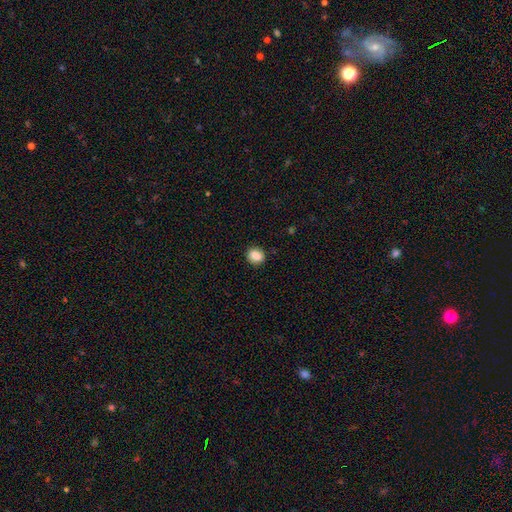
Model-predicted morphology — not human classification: The model was most divided on "how rounded": round: 73%, in between: 26%, cigar-shaped: 1%. More confident: smooth or featured — smooth (87%); merging — none (86%).